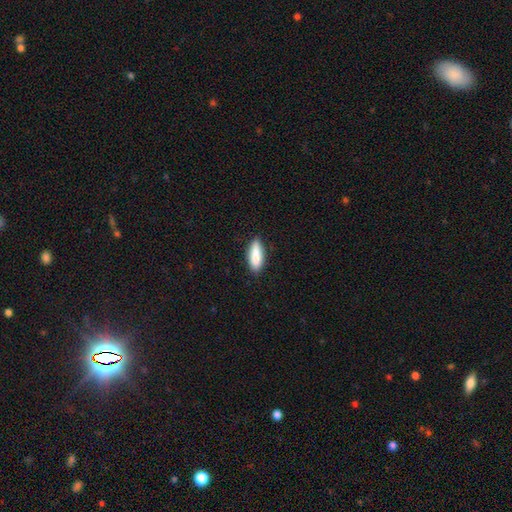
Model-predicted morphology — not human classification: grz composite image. It shows a smooth galaxy with no disk features (86%) that is in between round and cigar-shaped (57%). Merging: none (86%).